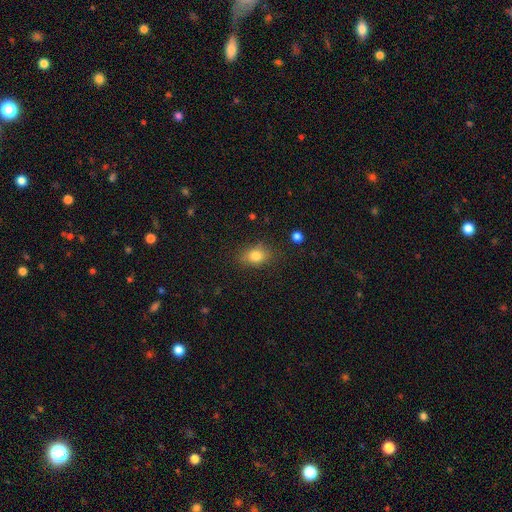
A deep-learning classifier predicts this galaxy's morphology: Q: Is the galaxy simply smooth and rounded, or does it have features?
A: smooth — 81%.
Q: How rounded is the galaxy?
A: in between — 67%.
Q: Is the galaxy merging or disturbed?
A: none — 79%.